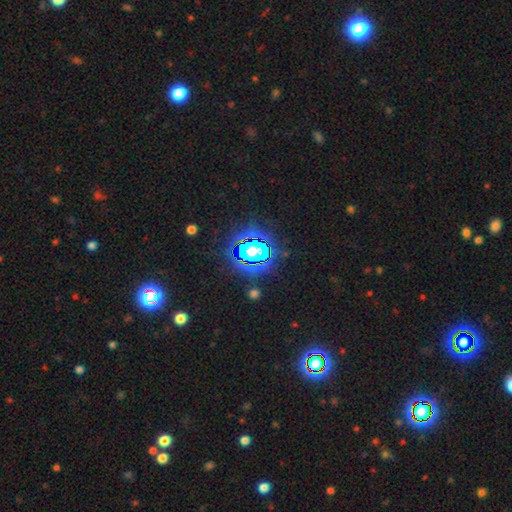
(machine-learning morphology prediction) Smooth or featured?
  - star or artifact: 81% *
  - smooth: 12%
  - featured or disk: 7%